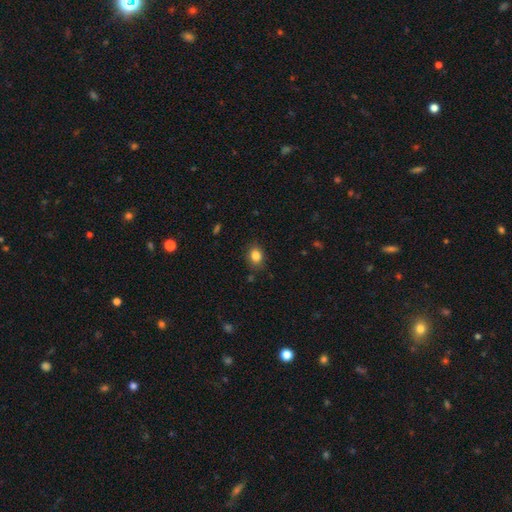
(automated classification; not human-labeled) This appears to be a smooth galaxy with no disk features (84%) that is round (51%). Merging: none (84%).